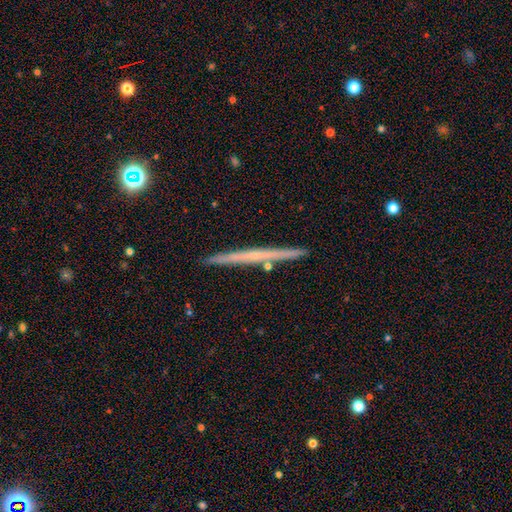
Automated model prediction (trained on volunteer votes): smooth_or_featured: featured or disk (p=0.61) [alt: smooth p=0.33]
disk_edge_on: yes (p=0.98) [alt: no p=0.02]
edge_on_bulge: none (p=0.82) [alt: rounded p=0.14]
merging: none (p=0.91) [alt: minor disturbance p=0.06]